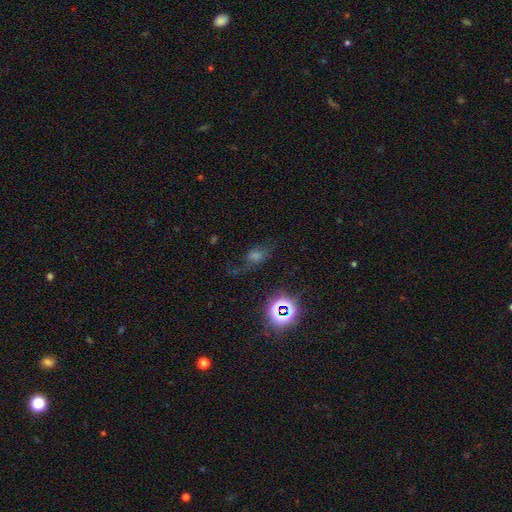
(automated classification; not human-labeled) A star or artifact, not a galaxy (39%).

Vote fractions:
- Smooth or featured? star or artifact: 39% / smooth: 34% / featured or disk: 27%